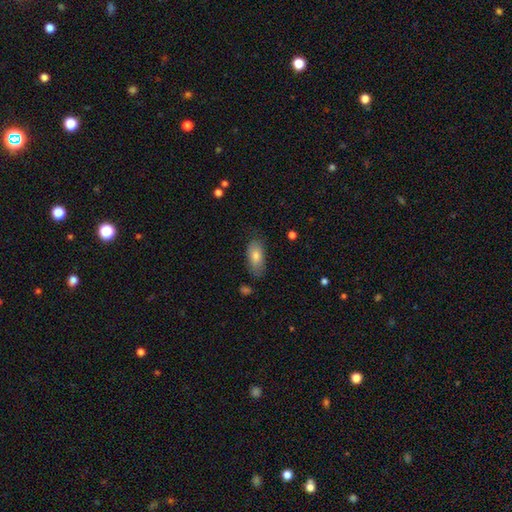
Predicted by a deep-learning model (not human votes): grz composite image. It shows a smooth galaxy with no disk features (75%) that is in between round and cigar-shaped (88%). Merging: none (74%).